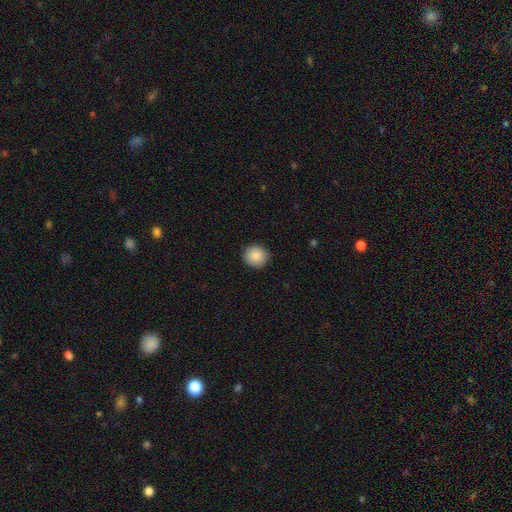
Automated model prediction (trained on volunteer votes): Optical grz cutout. It shows a smooth galaxy with no disk features (88%) that is round (90%). Merging: none (91%).